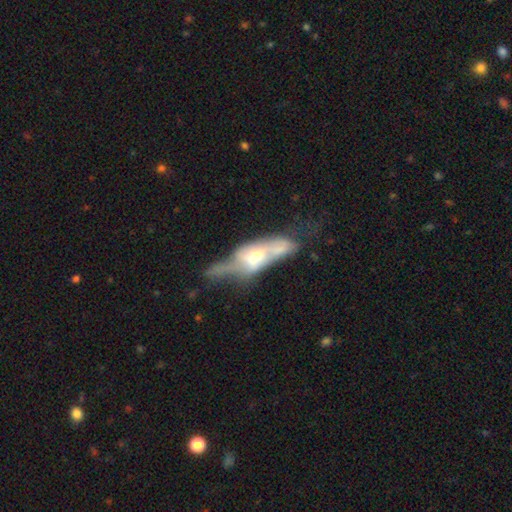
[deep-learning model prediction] This is likely a featured or disk galaxy (63%). It is likely not viewed edge-on (61%). Merging: marginally major disturbance (33%).